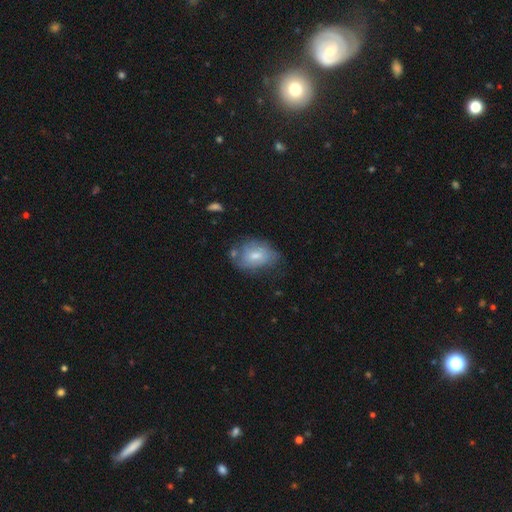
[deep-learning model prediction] smooth-or-featured: smooth: 58% | featured or disk: 35% | star or artifact: 7%
  how-rounded: in between: 72% | round: 26% | cigar-shaped: 1%
  merging: none: 51% | minor disturbance: 30% | major disturbance: 11% | merger: 7%